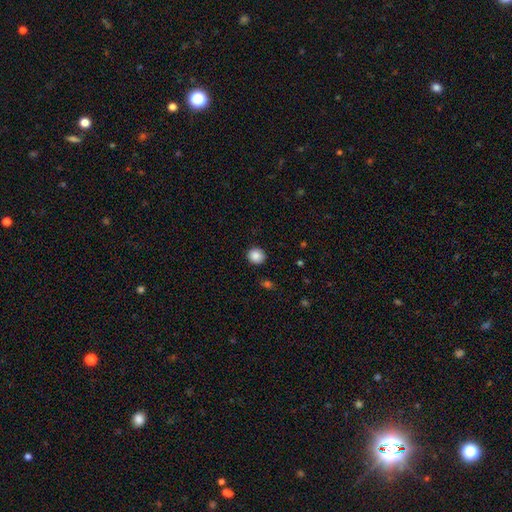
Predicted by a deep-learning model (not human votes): smooth 87%, star or artifact 9%, featured or disk 4%. Down the decision tree: how rounded — round (90%); merging — none (90%).